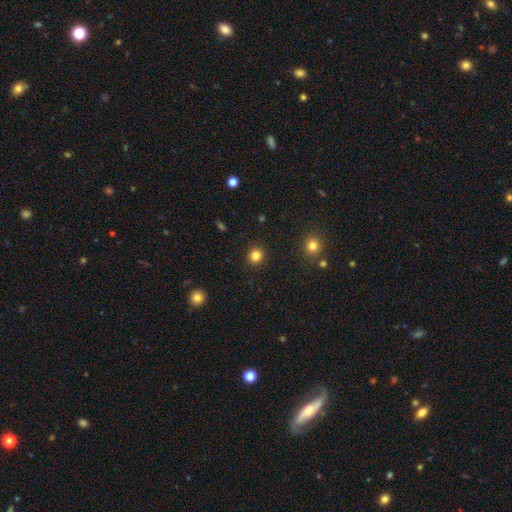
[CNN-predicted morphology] Overall: smooth (84%). How rounded: round (92%). Merging: none (92%).